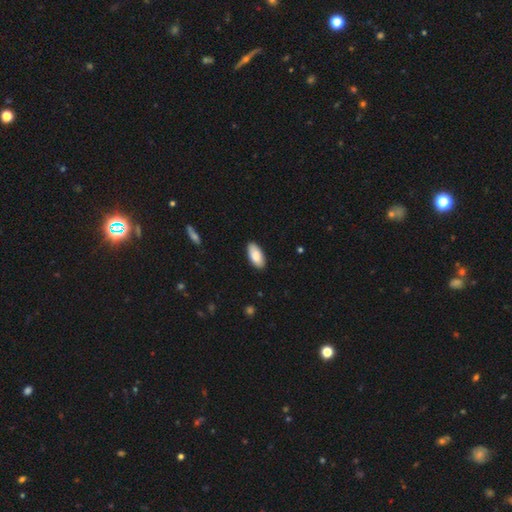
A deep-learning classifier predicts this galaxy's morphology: A smooth galaxy with no disk features (86%) that is in between round and cigar-shaped (92%). Merging: none (88%).